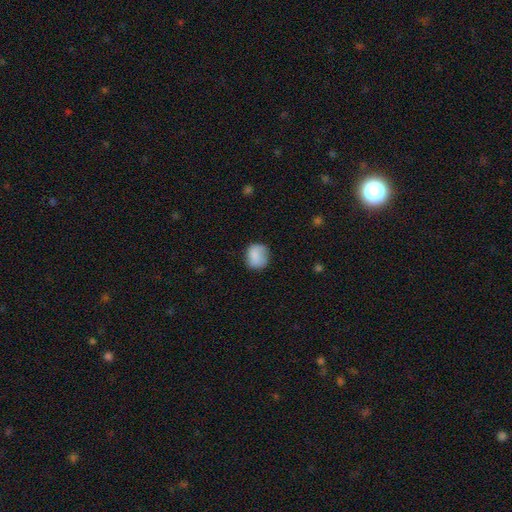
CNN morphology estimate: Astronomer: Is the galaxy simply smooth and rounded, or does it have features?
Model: smooth — 83%.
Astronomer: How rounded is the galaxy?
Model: round — 73%.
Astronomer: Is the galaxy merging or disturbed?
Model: none — 66%.